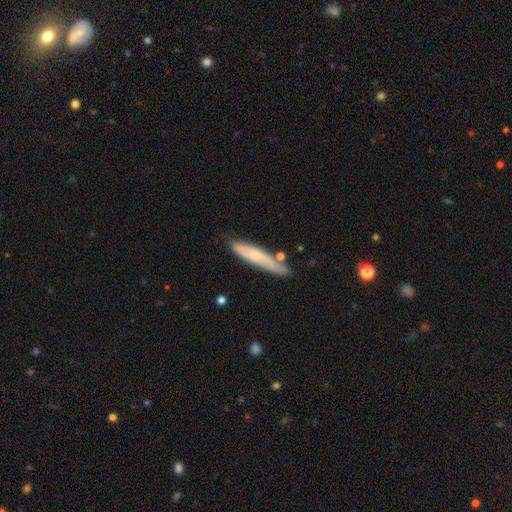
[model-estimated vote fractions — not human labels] Smooth or featured? smooth (54%)
How rounded? cigar-shaped (86%)
Merging? none (73%)